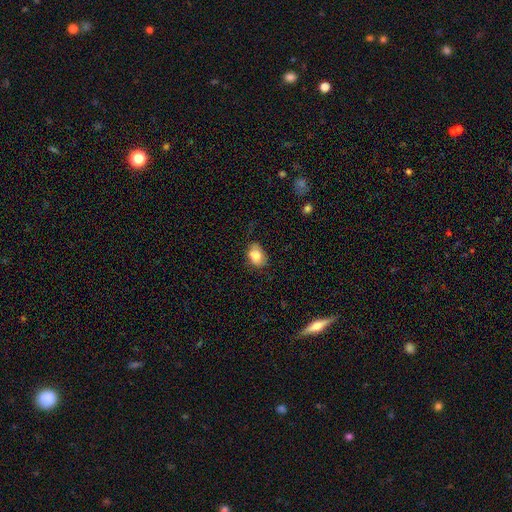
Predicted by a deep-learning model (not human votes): This is clearly a smooth galaxy (81%). How rounded: likely in between (74%). Merging: possibly none (58%).